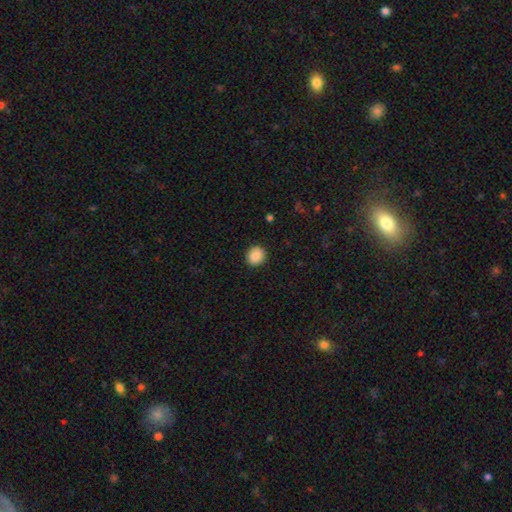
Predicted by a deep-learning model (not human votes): A smooth galaxy with no disk features (88%) that is round (86%). Merging: none (91%).